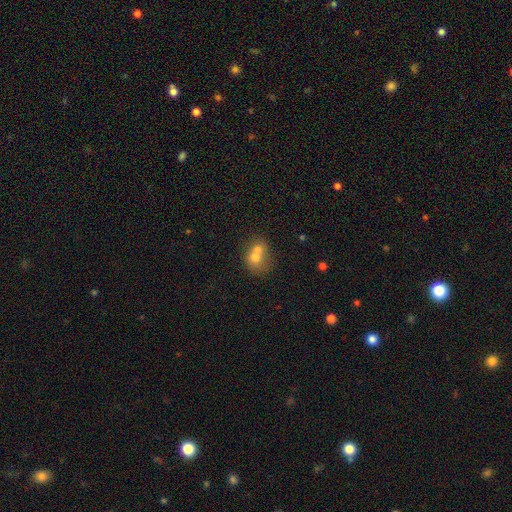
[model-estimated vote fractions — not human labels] Smooth or featured?
  - smooth: 65% *
  - featured or disk: 24%
  - star or artifact: 11%
How rounded?
  - round: 61% *
  - in between: 38%
  - cigar-shaped: 1%
Merging?
  - merger: 68% *
  - none: 21%
  - minor disturbance: 7%
  - major disturbance: 4%